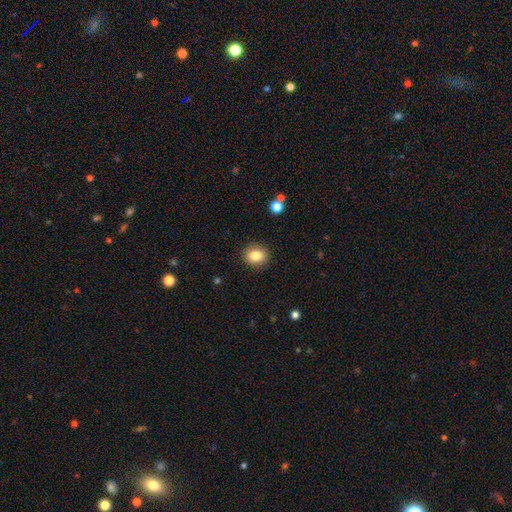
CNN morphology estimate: smooth-or-featured: smooth: 83% | star or artifact: 10% | featured or disk: 7%
  how-rounded: round: 66% | in between: 33% | cigar-shaped: 1%
  merging: none: 90% | minor disturbance: 7% | major disturbance: 2% | merger: 1%